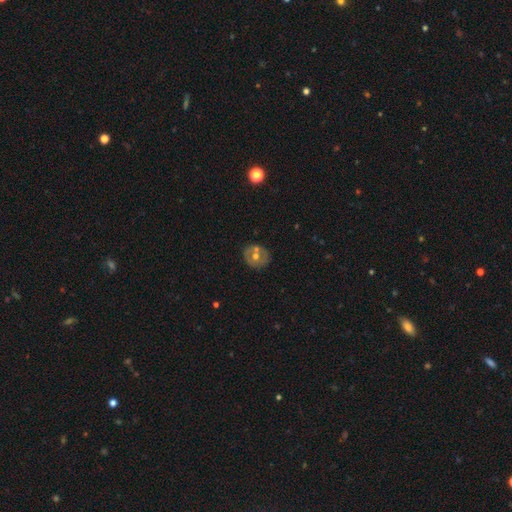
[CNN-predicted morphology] Smooth or featured? Predicted: featured or disk (p=0.53). Edge-on disk? Predicted: no (p=0.95). Bar? Predicted: no (p=0.81). Spiral arms? Predicted: no (p=0.81). Bulge size? Predicted: moderate (p=0.73). Merging? Predicted: none (p=0.73).